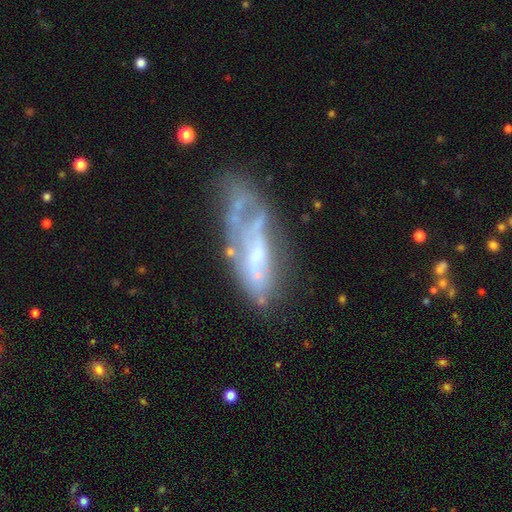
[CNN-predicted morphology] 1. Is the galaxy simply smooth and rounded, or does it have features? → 62% featured or disk, 28% smooth, 10% star or artifact.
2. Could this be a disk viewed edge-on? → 81% no, 19% yes.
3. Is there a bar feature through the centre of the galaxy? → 70% no, 22% weak, 8% strong.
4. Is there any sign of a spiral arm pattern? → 69% no, 31% yes.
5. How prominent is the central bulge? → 43% small, 26% moderate, 26% none, 4% large, 1% dominant.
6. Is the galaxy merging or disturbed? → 36% none, 29% major disturbance, 23% minor disturbance, 12% merger.